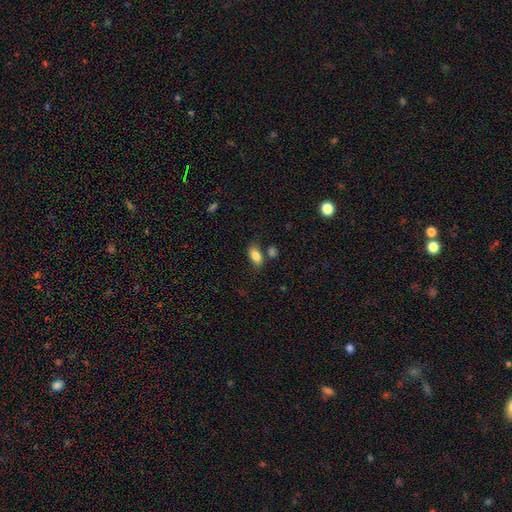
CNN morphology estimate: type=smooth (84%); roundness=in between (90%); merging=none (69%).